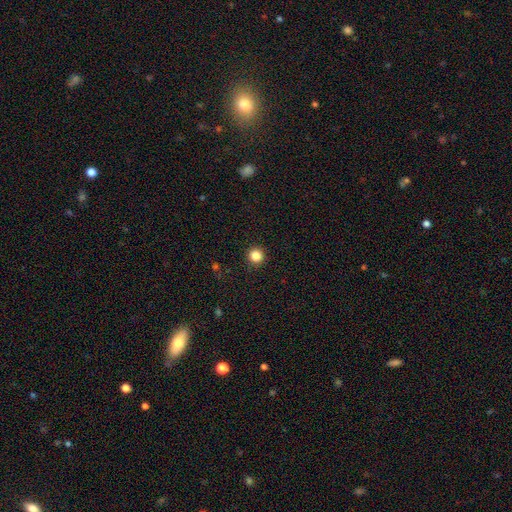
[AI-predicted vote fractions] Smooth or featured: smooth — 85% (star or artifact — 11%)
How rounded: round — 95% (in between — 4%)
Merging: none — 93% (minor disturbance — 5%)